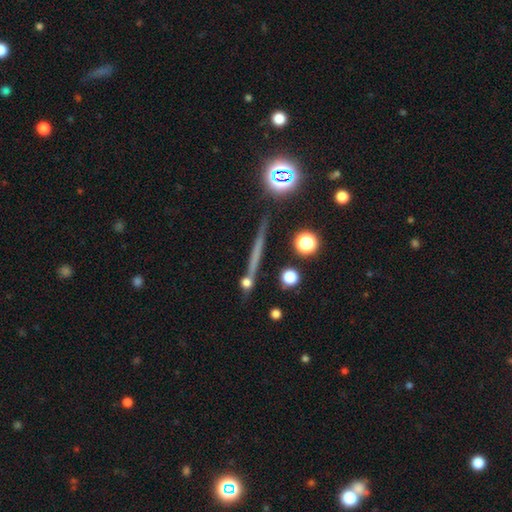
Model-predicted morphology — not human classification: Q: Smooth or featured?
A: featured or disk (43%); runner-up: smooth (36%)
Q: Merging?
A: none (84%); runner-up: minor disturbance (8%)